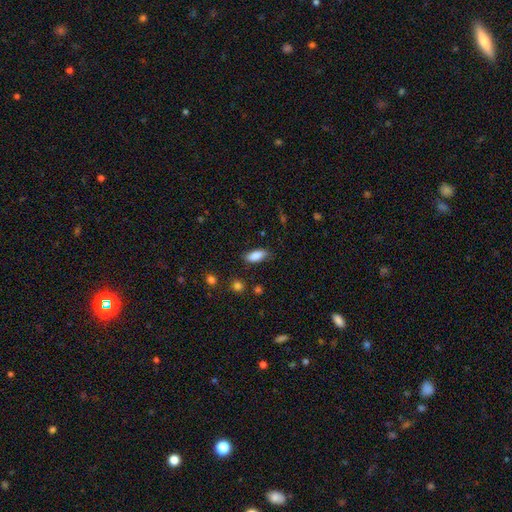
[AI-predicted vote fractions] Overall: smooth (85%). How rounded: in between (81%). Merging: none (82%).